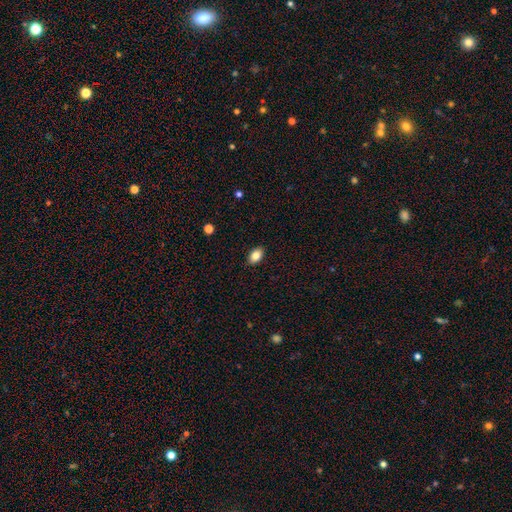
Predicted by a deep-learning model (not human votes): The model was most divided on "smooth or featured": smooth: 83%, featured or disk: 9%, star or artifact: 8%. More confident: how rounded — in between (89%); merging — none (88%).